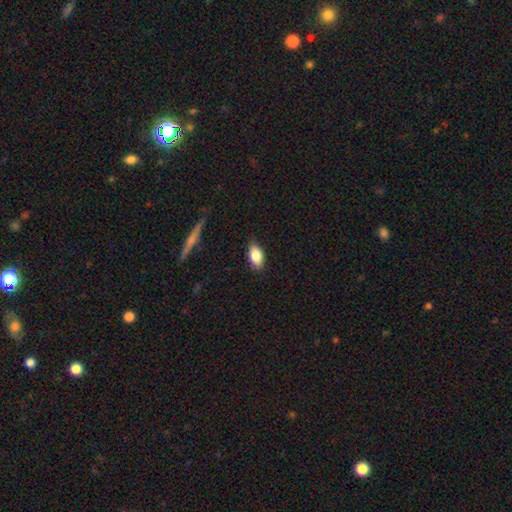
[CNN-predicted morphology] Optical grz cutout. It shows a smooth galaxy with no disk features (83%) that is in between round and cigar-shaped (89%). Merging: none (82%).